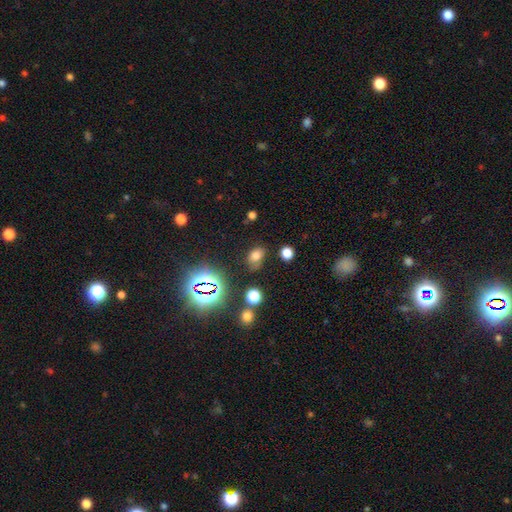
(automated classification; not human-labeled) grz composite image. It shows a smooth galaxy with no disk features (68%) that is in between round and cigar-shaped (75%). Merging: none (66%).